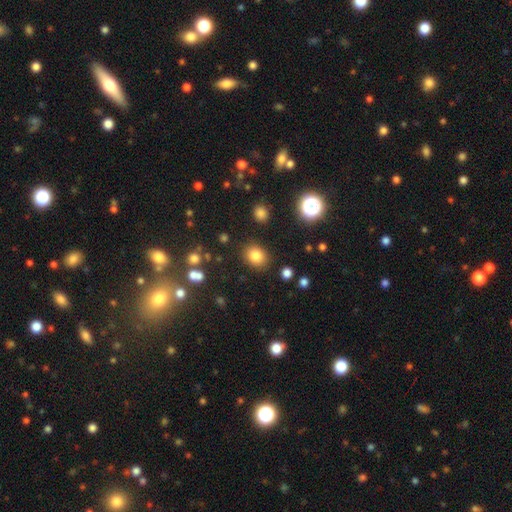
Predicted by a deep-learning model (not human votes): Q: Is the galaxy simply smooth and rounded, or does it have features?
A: smooth — 82%.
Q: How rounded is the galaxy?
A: round — 58%.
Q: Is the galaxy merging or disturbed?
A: none — 86%.